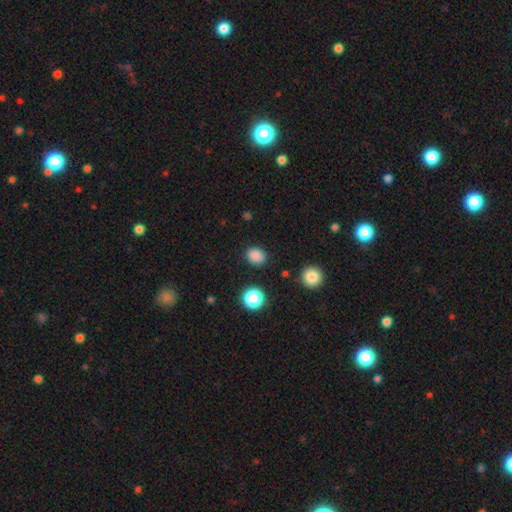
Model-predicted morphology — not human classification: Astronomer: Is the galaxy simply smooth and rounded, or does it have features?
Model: smooth — 85%.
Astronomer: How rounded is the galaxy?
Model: round — 50% (runner-up: in between, 49%).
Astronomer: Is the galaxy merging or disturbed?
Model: none — 87%.